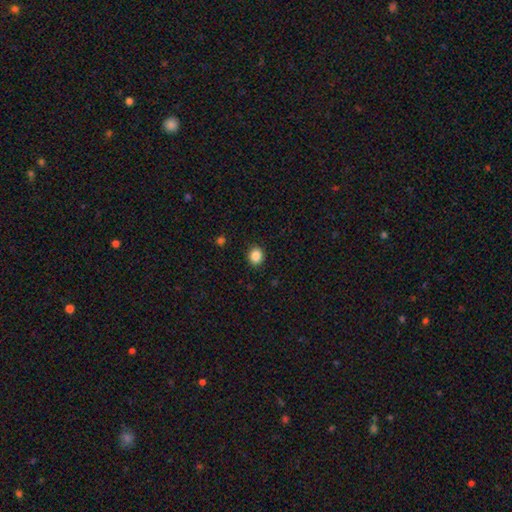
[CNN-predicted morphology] This is clearly a smooth galaxy (87%). How rounded: likely round (79%). Merging: clearly none (91%).